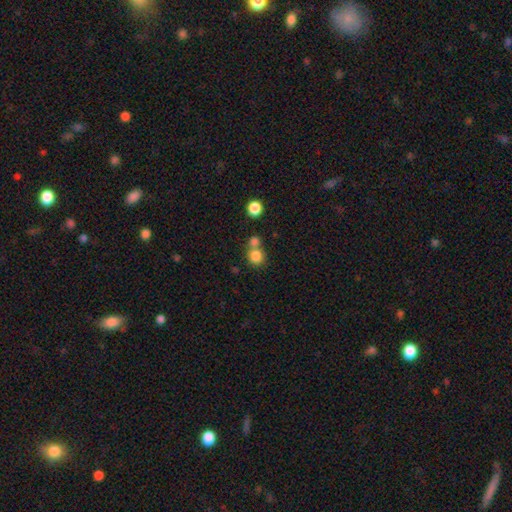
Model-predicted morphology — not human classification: type=smooth (82%); roundness=round (87%); merging=none (54%).